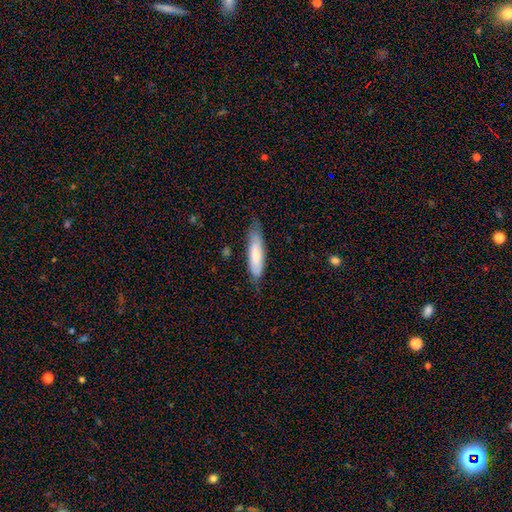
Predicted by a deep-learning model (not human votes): Smooth or featured? smooth (73%)
How rounded? cigar-shaped (68%)
Merging? none (69%)